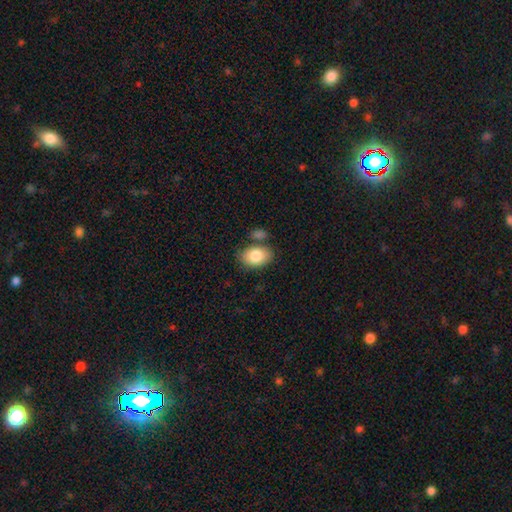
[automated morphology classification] Smooth or featured? smooth (84%)
How rounded? in between (85%)
Merging? none (69%)